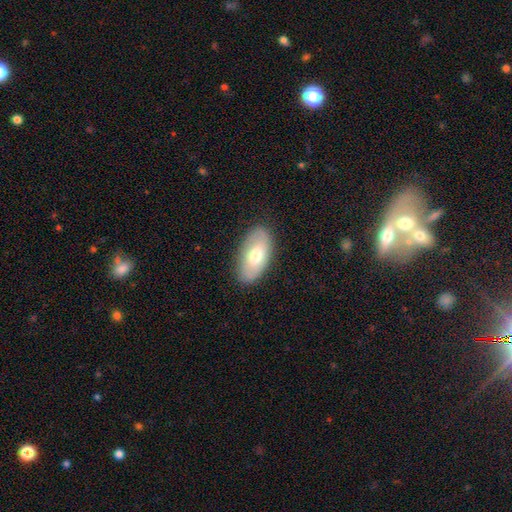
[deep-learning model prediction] A smooth galaxy with no disk features (65%) that is in between round and cigar-shaped (93%). Merging: none (86%).